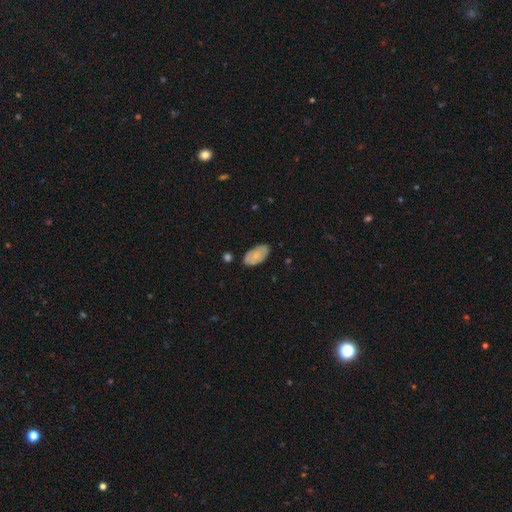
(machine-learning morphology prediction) type=smooth (65%); roundness=in between (94%); merging=none (76%).